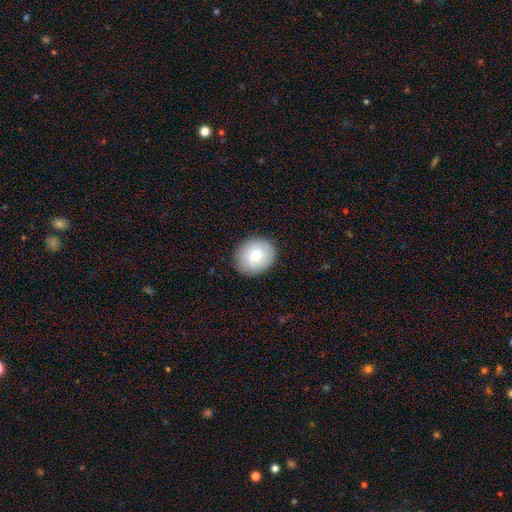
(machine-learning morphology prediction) A smooth galaxy with no disk features (72%) that is round (64%).

Vote fractions:
- Smooth or featured? smooth: 72% / featured or disk: 21% / star or artifact: 7%
- How rounded? round: 64% / in between: 35% / cigar-shaped: 1%
- Merging? none: 87% / minor disturbance: 9% / major disturbance: 2% / merger: 1%